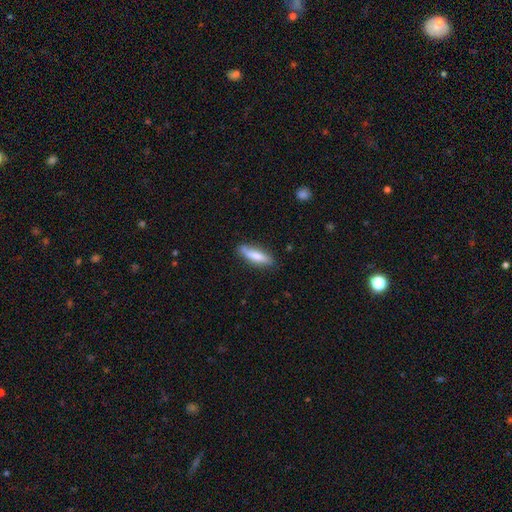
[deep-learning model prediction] Smooth or featured? smooth (72%)
How rounded? cigar-shaped (63%)
Merging? none (77%)